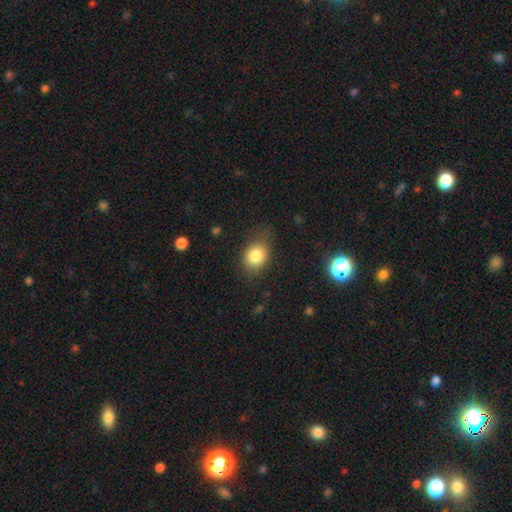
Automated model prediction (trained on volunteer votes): This appears to be a smooth galaxy with no disk features (82%) that is in between round and cigar-shaped (50%). Merging: none (69%).